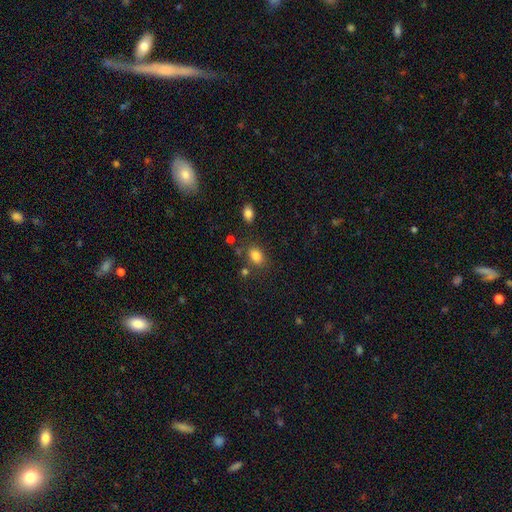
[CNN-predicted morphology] Smooth or featured: smooth — 83% (star or artifact — 11%)
How rounded: in between — 71% (round — 28%)
Merging: none — 75% (minor disturbance — 13%)